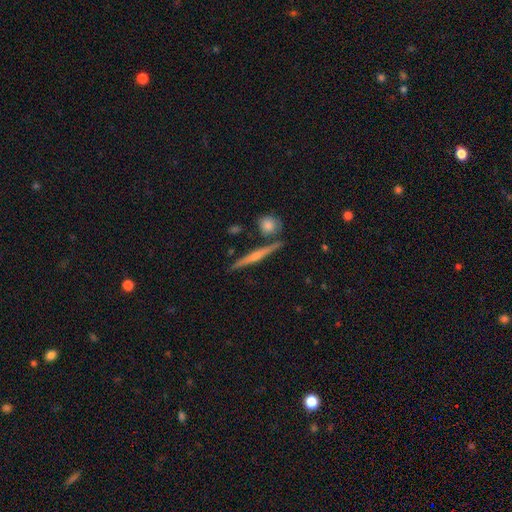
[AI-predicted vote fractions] This appears to be a featured or disk galaxy (68%) viewed edge-on (97%) with a rounded central bulge (72%). Merging: none (84%).